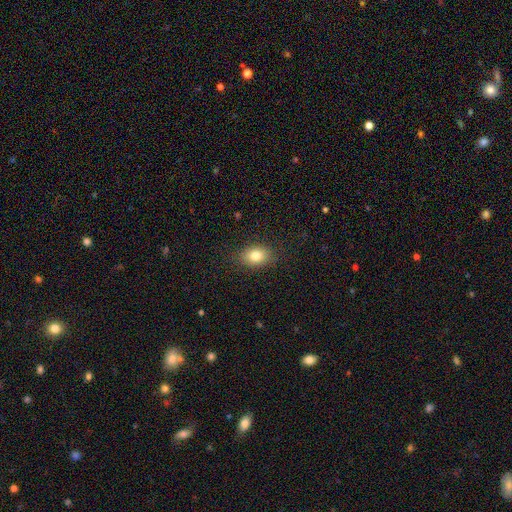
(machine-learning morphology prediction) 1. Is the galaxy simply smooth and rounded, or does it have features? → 81% smooth, 10% star or artifact, 9% featured or disk.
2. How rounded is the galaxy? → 74% in between, 25% round, 1% cigar-shaped.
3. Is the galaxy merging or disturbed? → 86% none, 10% minor disturbance, 3% major disturbance, 1% merger.